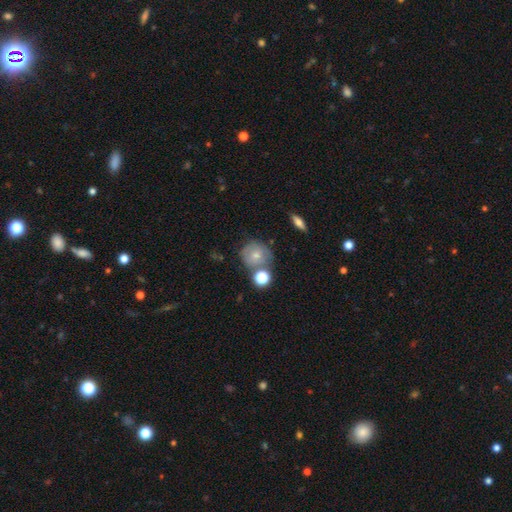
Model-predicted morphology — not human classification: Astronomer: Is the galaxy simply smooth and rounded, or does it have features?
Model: smooth — 65%.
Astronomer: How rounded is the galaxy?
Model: round — 86%.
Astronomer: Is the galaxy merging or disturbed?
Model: none — 57%.